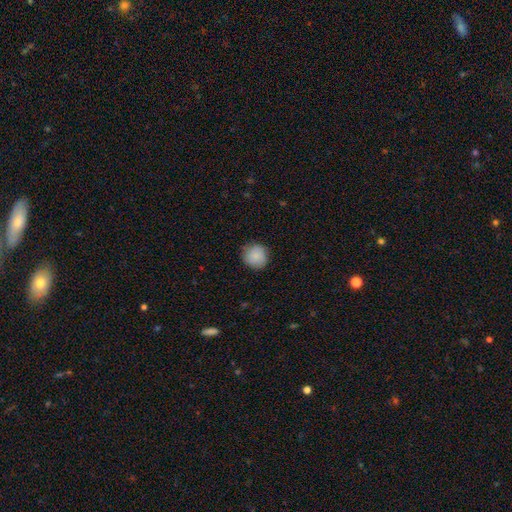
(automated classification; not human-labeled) smooth_or_featured: smooth (p=0.86) [alt: star or artifact p=0.08]
how_rounded: round (p=0.89) [alt: in between p=0.10]
merging: none (p=0.83) [alt: minor disturbance p=0.14]